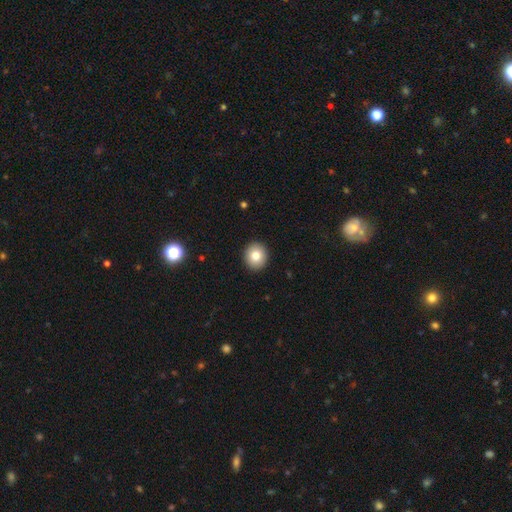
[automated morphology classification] A smooth galaxy with no disk features (80%) that is round (84%). Merging: none (92%).